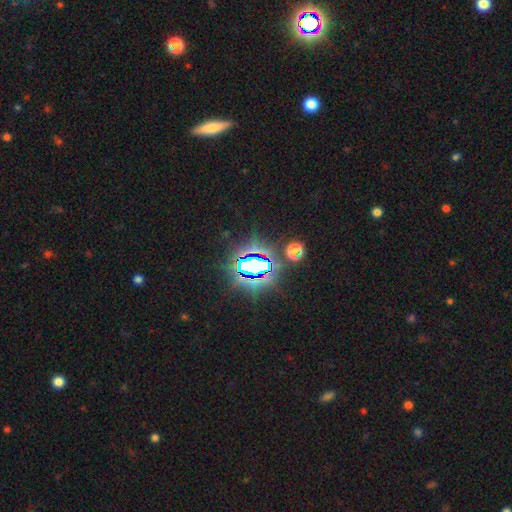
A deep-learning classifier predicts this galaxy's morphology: Smooth or featured: star or artifact — 81% (smooth — 11%)